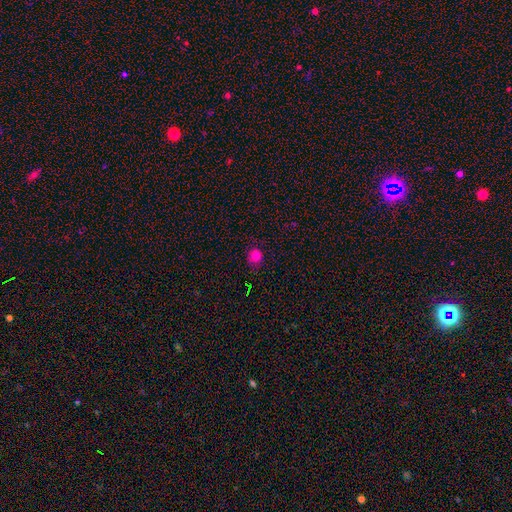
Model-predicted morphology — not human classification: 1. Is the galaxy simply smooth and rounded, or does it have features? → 80% smooth, 14% star or artifact, 5% featured or disk.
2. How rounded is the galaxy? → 81% round, 18% in between, 1% cigar-shaped.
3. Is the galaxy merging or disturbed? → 79% none, 16% minor disturbance, 4% major disturbance, 1% merger.